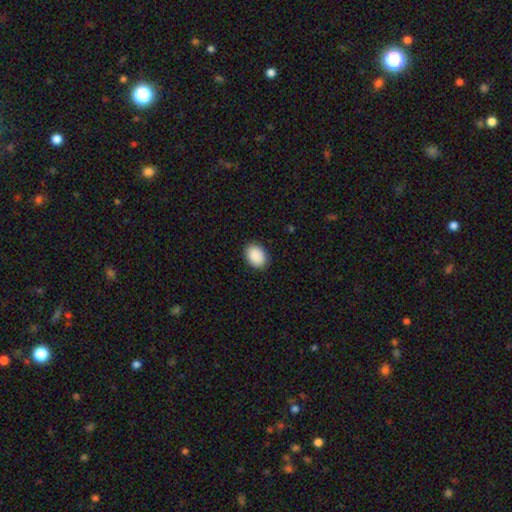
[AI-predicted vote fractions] A smooth galaxy with no disk features (91%) that is in between round and cigar-shaped (75%).

Vote fractions:
- Smooth or featured? smooth: 91% / star or artifact: 7% / featured or disk: 2%
- How rounded? in between: 75% / round: 24% / cigar-shaped: 1%
- Merging? none: 90% / minor disturbance: 7% / major disturbance: 2% / merger: 1%